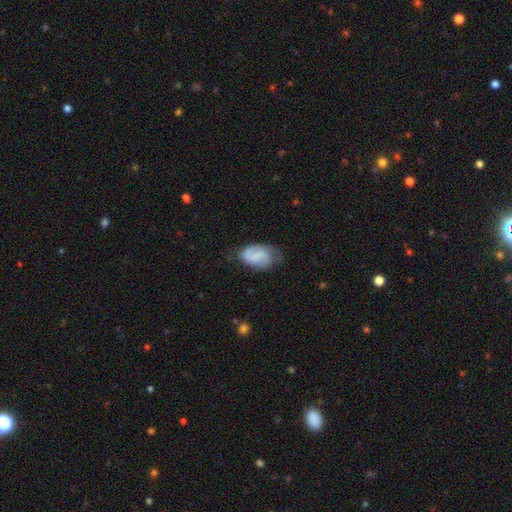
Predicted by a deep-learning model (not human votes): Q: Smooth or featured?
A: featured or disk (65%); runner-up: smooth (29%)
Q: Edge-on disk?
A: no (98%); runner-up: yes (2%)
Q: Bar?
A: weak (44%); runner-up: no (41%)
Q: Spiral arms?
A: yes (93%); runner-up: no (7%)
Q: Spiral winding?
A: medium (44%); runner-up: loose (35%)
Q: Spiral arm count?
A: 2 (81%); runner-up: 1 (9%)
Q: Bulge size?
A: none (55%); runner-up: small (29%)
Q: Merging?
A: none (64%); runner-up: minor disturbance (25%)